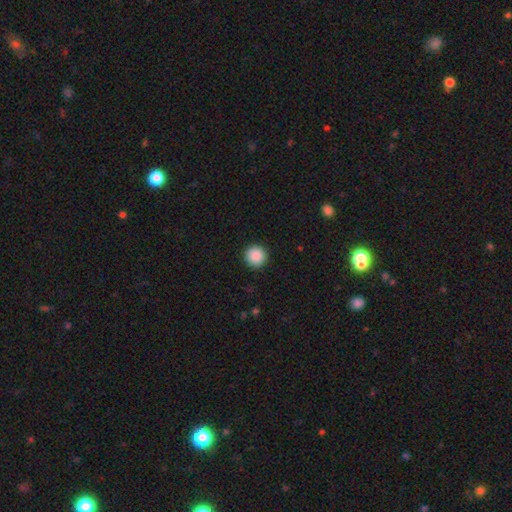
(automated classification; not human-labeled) A smooth galaxy with no disk features (89%) that is round (96%).

Vote fractions:
- Smooth or featured? smooth: 89% / star or artifact: 8% / featured or disk: 3%
- How rounded? round: 96% / in between: 3% / cigar-shaped: 1%
- Merging? none: 92% / minor disturbance: 5% / major disturbance: 2% / merger: 1%